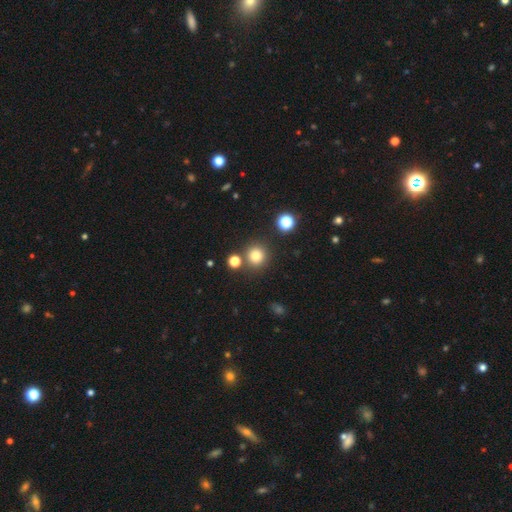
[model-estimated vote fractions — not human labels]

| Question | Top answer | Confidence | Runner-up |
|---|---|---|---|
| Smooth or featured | smooth | 80% | star or artifact (14%) |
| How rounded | round | 92% | in between (7%) |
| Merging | none | 82% | minor disturbance (8%) |